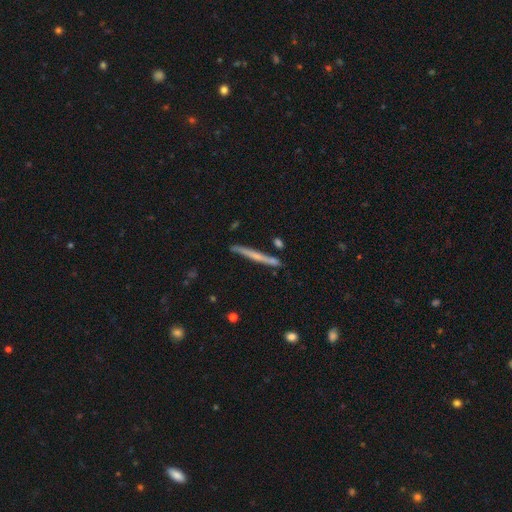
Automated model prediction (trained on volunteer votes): Morphology: type=featured or disk (47%, tied with smooth); merging=none (83%).